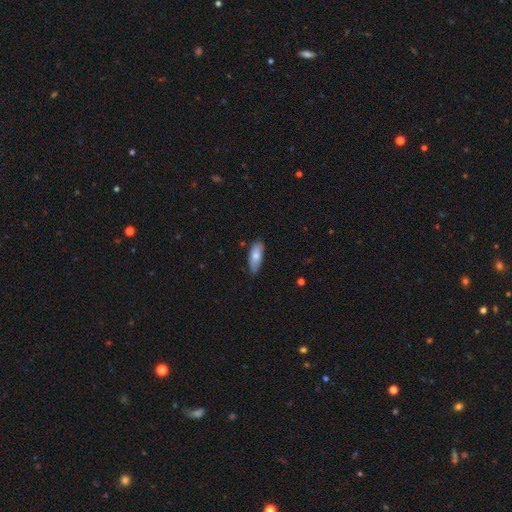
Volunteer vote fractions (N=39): smooth 67%, featured or disk 26%, star or artifact 8%. Down the decision tree: how rounded — in between (50%, tied with cigar-shaped); merging — none (83%).